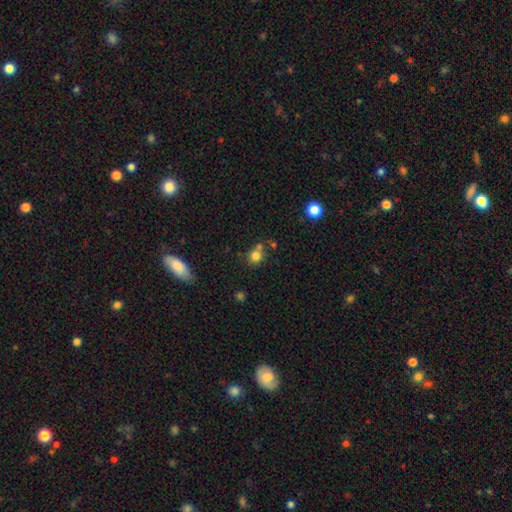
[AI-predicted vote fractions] The model was most divided on "merging": none: 59%, merger: 25%, minor disturbance: 12%, major disturbance: 4%. More confident: how rounded — round (83%); smooth or featured — smooth (79%).